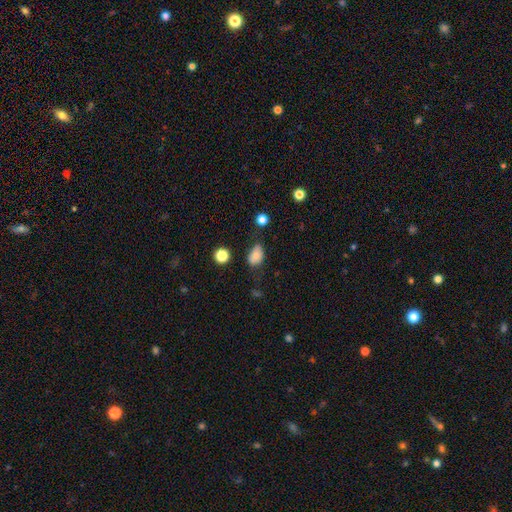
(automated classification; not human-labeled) This is likely a smooth galaxy (78%). How rounded: likely in between (79%). Merging: possibly none (59%).